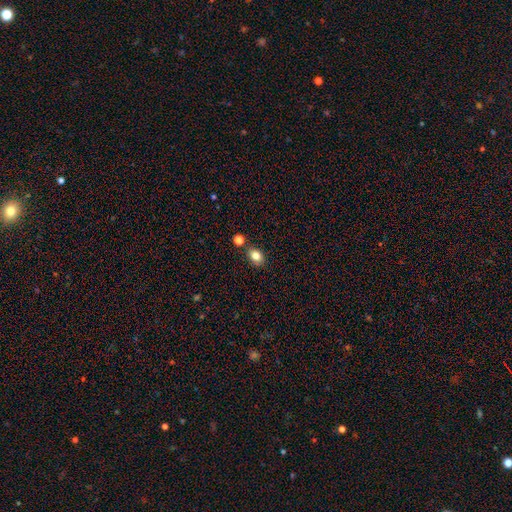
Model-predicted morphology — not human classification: Q: Smooth or featured?
A: smooth (81%); runner-up: star or artifact (11%)
Q: How rounded?
A: in between (69%); runner-up: round (30%)
Q: Merging?
A: none (79%); runner-up: minor disturbance (11%)